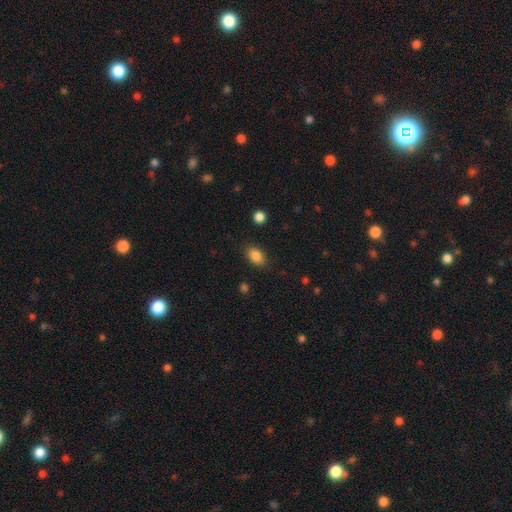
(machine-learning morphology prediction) smooth_or_featured: smooth (p=0.86) [alt: star or artifact p=0.09]
how_rounded: in between (p=0.85) [alt: round p=0.13]
merging: none (p=0.84) [alt: minor disturbance p=0.11]